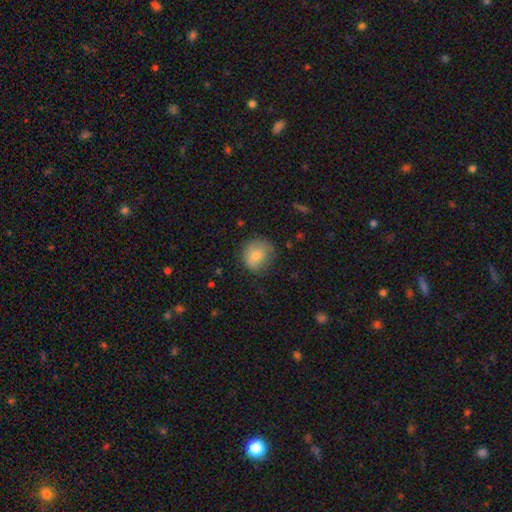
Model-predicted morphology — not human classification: smooth 77%, featured or disk 15%, star or artifact 8%. Down the decision tree: how rounded — round (79%); merging — none (66%).